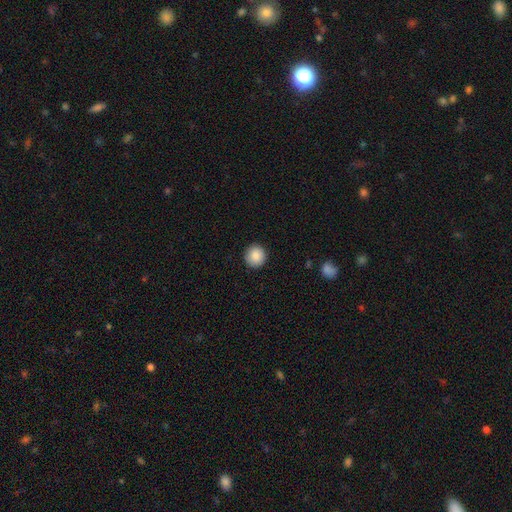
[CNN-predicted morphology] type=smooth (88%); roundness=round (94%); merging=none (92%).